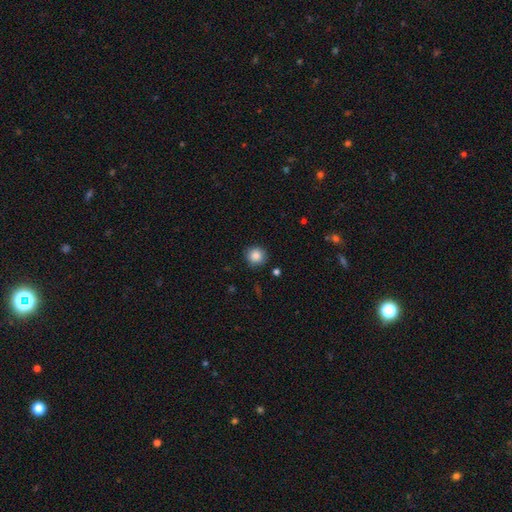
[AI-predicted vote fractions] smooth 86%, star or artifact 9%, featured or disk 4%. Down the decision tree: how rounded — round (92%); merging — none (89%).